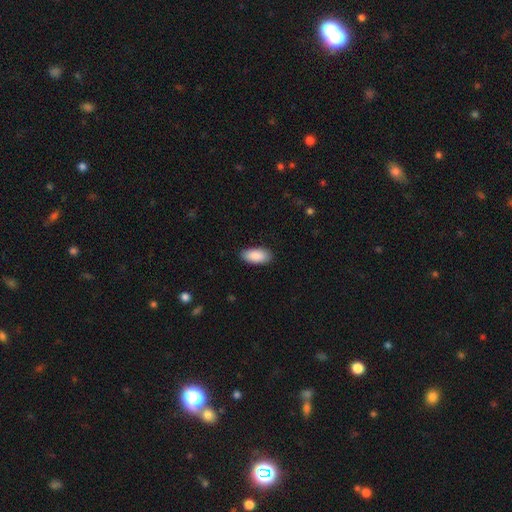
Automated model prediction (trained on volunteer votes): This is clearly a smooth galaxy (90%). How rounded: clearly in between (92%). Merging: clearly none (89%).